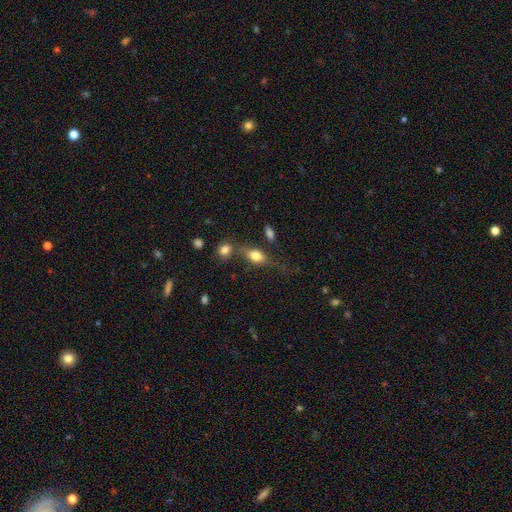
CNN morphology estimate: A smooth galaxy with no disk features (75%) that is in between round and cigar-shaped (79%). Merging: none (53%).